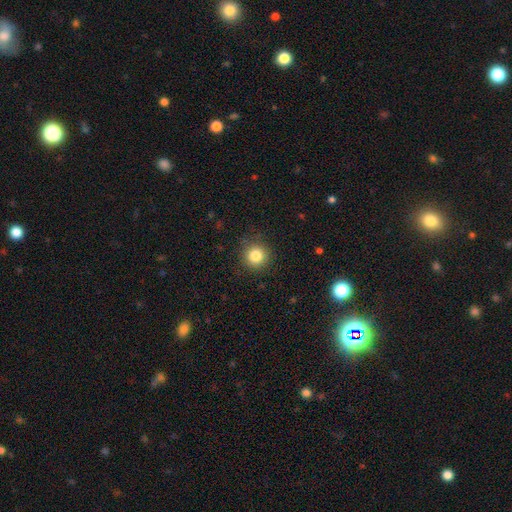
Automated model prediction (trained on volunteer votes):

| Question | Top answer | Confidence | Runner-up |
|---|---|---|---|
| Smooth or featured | smooth | 83% | star or artifact (11%) |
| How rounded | round | 94% | in between (5%) |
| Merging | none | 88% | minor disturbance (8%) |